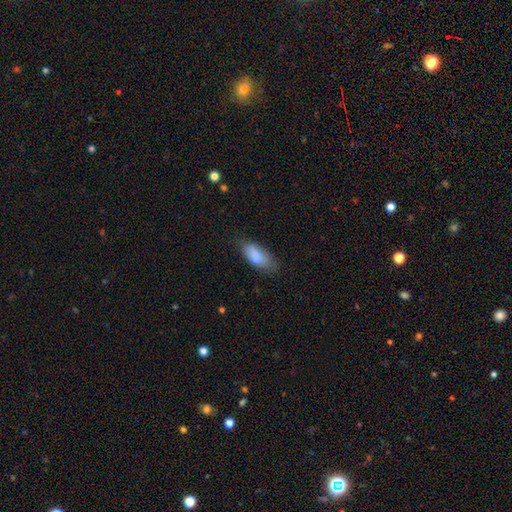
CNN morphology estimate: Smooth or featured: smooth — 85% (featured or disk — 8%)
How rounded: in between — 86% (cigar-shaped — 12%)
Merging: none — 66% (minor disturbance — 26%)